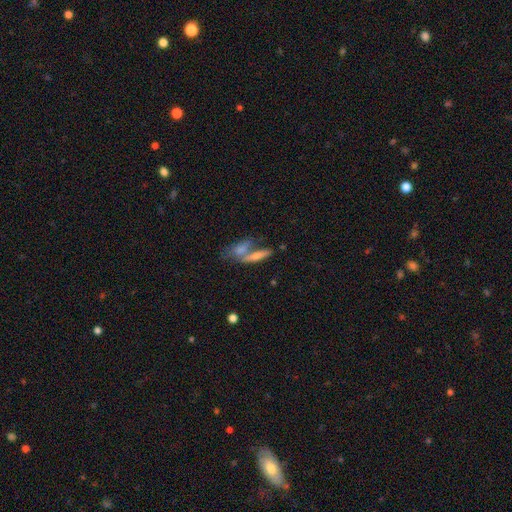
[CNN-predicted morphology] type=smooth (53%); roundness=cigar-shaped (62%); merging=merger (51%).